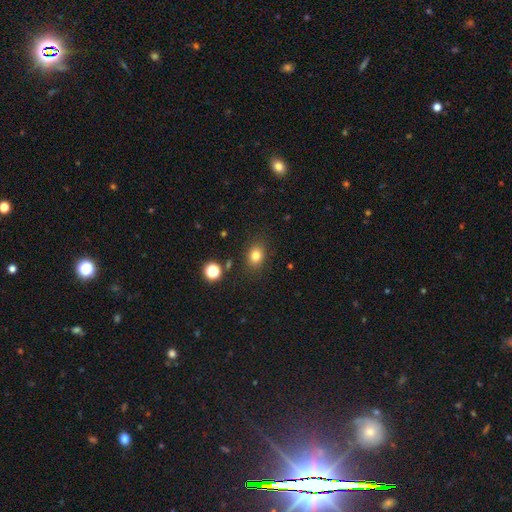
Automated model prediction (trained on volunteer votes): Overall: smooth (80%). How rounded: in between (57%; round 42%). Merging: none (85%).